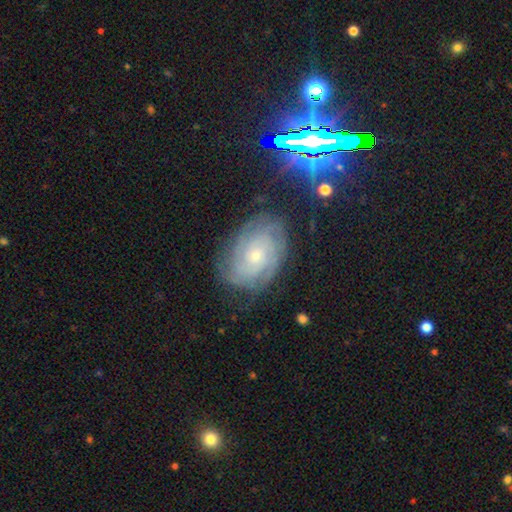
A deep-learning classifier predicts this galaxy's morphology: A featured or disk galaxy (79%) with no bar (78%), tight (74%) spiral arms (95%) and a small central bulge (71%). Merging: none (75%).